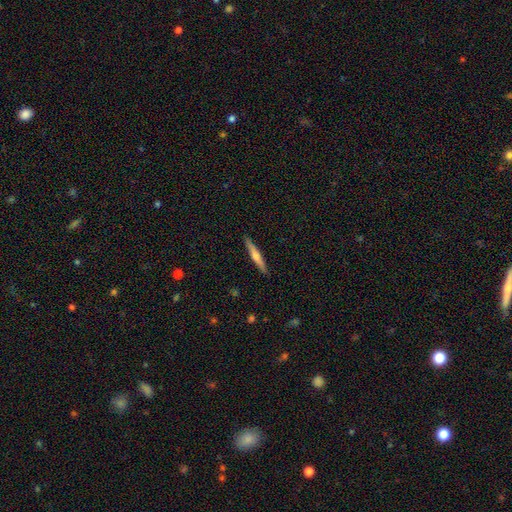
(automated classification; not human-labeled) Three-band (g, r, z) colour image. It shows a featured or disk galaxy (53%) viewed edge-on (97%) with a rounded central bulge (78%). Merging: none (92%).